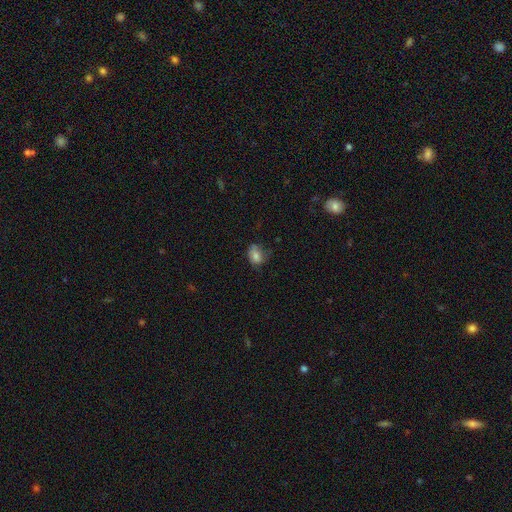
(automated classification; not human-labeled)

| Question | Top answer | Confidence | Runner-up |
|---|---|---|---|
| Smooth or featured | smooth | 72% | featured or disk (17%) |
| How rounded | in between | 56% | round (43%) |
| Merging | none | 48% | minor disturbance (33%) |